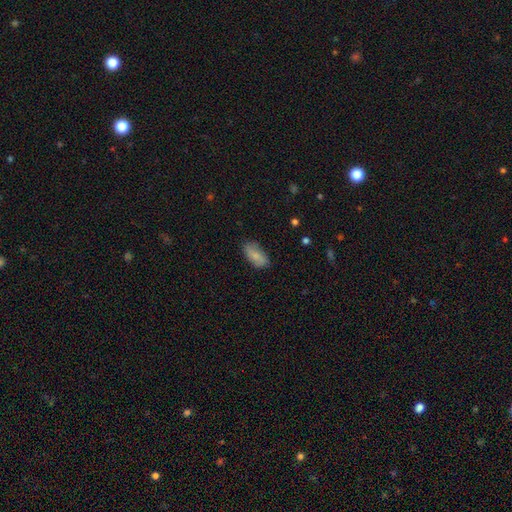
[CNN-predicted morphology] This is likely a smooth galaxy (80%). How rounded: clearly in between (91%). Merging: likely none (76%).